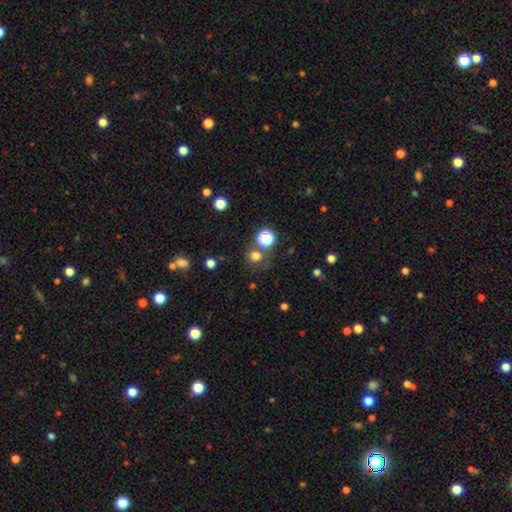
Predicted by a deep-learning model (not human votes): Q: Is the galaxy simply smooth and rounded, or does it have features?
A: smooth — 70%.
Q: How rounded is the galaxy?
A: round — 84%.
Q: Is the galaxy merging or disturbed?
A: none — 71%.